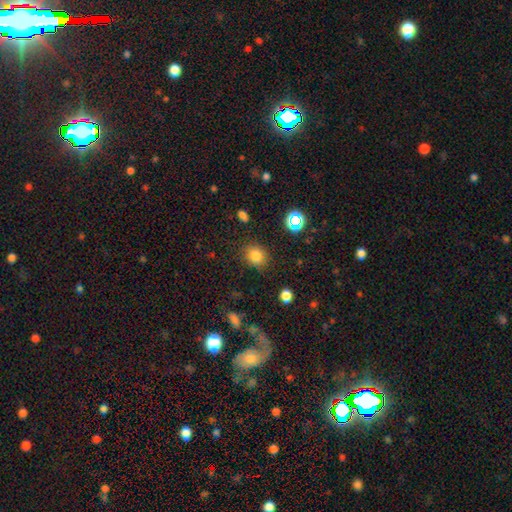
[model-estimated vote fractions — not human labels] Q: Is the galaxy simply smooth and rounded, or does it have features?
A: smooth — 79%.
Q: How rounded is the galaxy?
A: round — 70%.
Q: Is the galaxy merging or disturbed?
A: none — 84%.